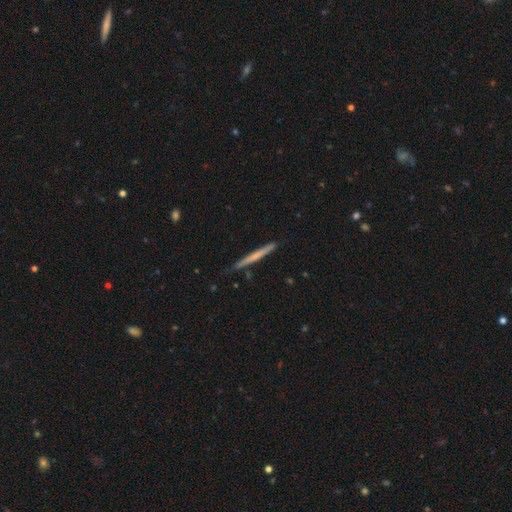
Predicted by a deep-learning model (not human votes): Smooth or featured?
  - smooth: 47% * (tied)
  - featured or disk: 47% * (tied)
  - star or artifact: 6%
Merging?
  - none: 84% *
  - minor disturbance: 13%
  - merger: 2%
  - major disturbance: 2%